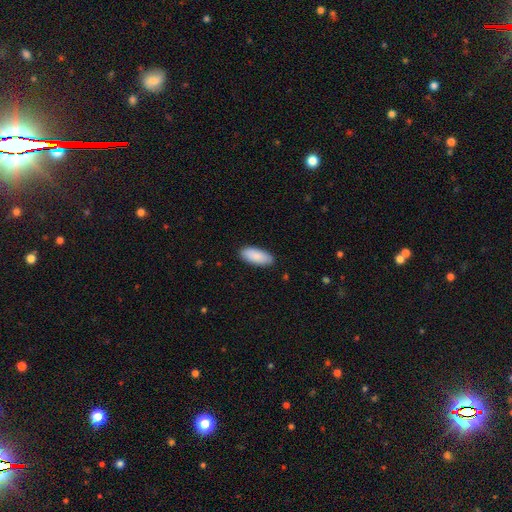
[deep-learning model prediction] Smooth or featured?
  - smooth: 88% *
  - featured or disk: 6%
  - star or artifact: 5%
How rounded?
  - in between: 87% *
  - cigar-shaped: 11%
  - round: 2%
Merging?
  - none: 88% *
  - minor disturbance: 9%
  - major disturbance: 2%
  - merger: 1%